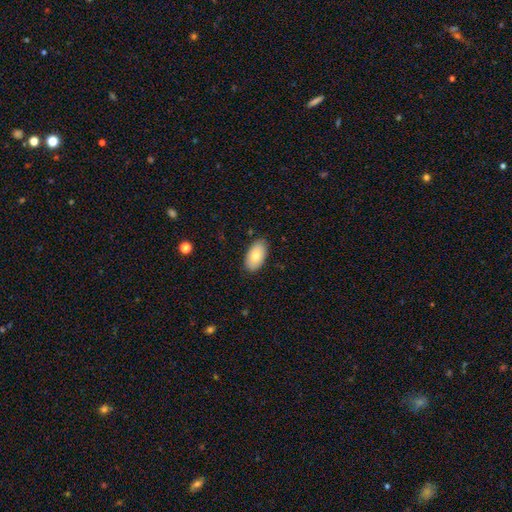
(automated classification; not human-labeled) This is likely a smooth galaxy (78%). How rounded: clearly in between (95%). Merging: clearly none (85%).